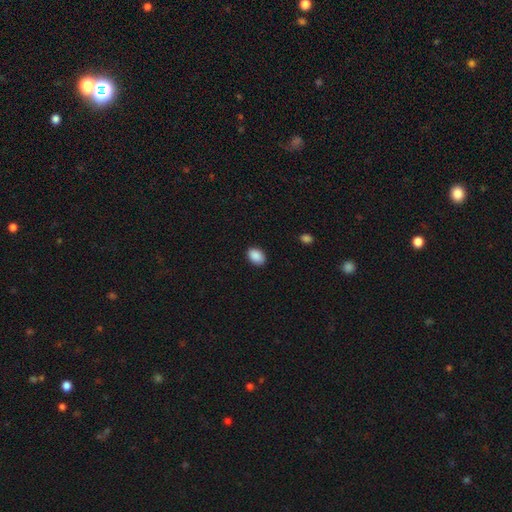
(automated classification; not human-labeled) smooth_or_featured: smooth (p=0.90) [alt: star or artifact p=0.07]
how_rounded: in between (p=0.82) [alt: round p=0.17]
merging: none (p=0.89) [alt: minor disturbance p=0.08]